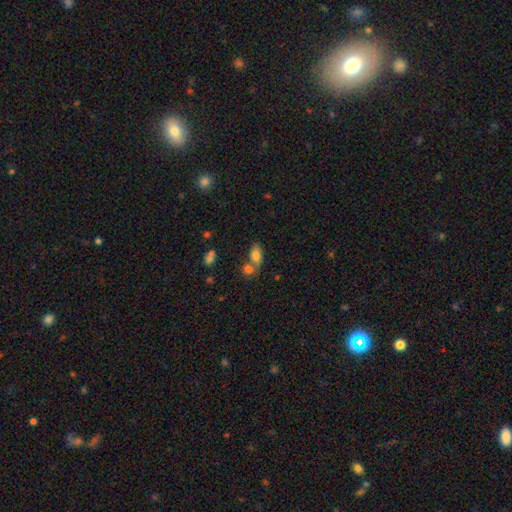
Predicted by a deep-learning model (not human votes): A smooth galaxy with no disk features (78%) that is in between round and cigar-shaped (82%).

Vote fractions:
- Smooth or featured? smooth: 78% / featured or disk: 12% / star or artifact: 10%
- How rounded? in between: 82% / round: 14% / cigar-shaped: 4%
- Merging? merger: 49% / none: 36% / minor disturbance: 10% / major disturbance: 5%